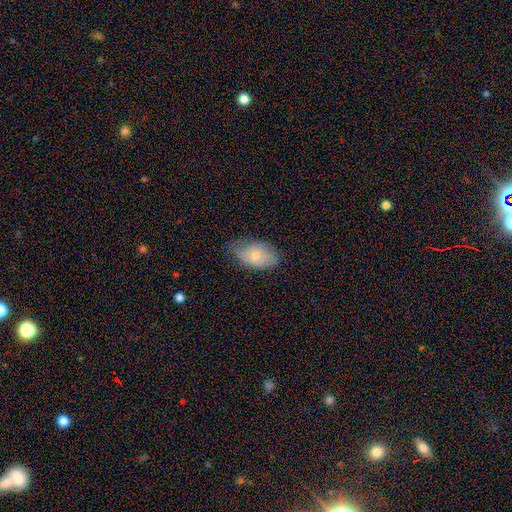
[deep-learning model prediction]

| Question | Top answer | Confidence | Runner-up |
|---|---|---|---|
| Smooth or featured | smooth | 73% | featured or disk (20%) |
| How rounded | in between | 91% | round (8%) |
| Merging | none | 57% | minor disturbance (35%) |